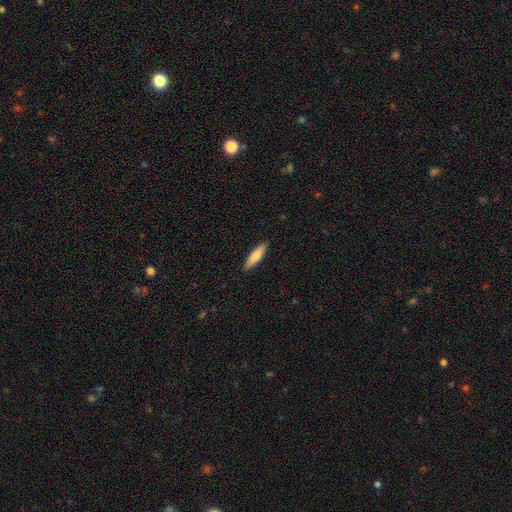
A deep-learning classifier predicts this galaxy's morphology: This is likely a smooth galaxy (78%). How rounded: likely cigar-shaped (70%). Merging: clearly none (89%).